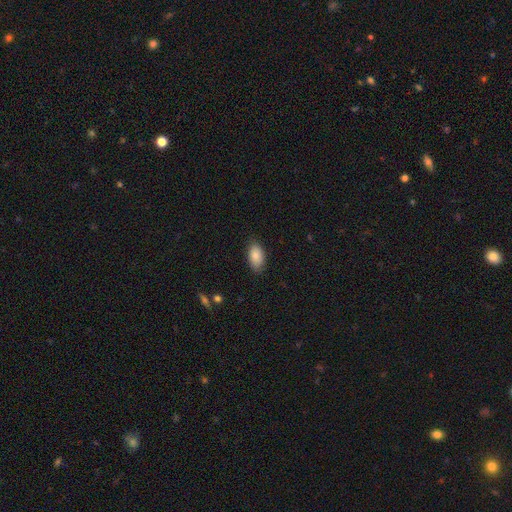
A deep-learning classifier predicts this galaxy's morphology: type=smooth (84%); roundness=in between (93%); merging=none (83%).